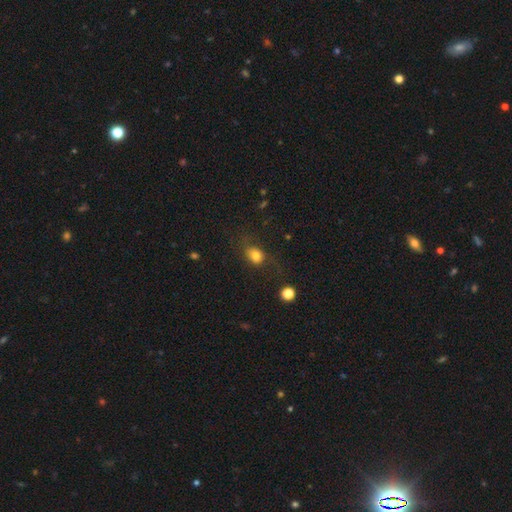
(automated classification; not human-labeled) Smooth or featured?
  - smooth: 77% *
  - star or artifact: 12%
  - featured or disk: 11%
How rounded?
  - in between: 57% *
  - round: 42%
  - cigar-shaped: 2%
Merging?
  - none: 62% *
  - minor disturbance: 22%
  - major disturbance: 14%
  - merger: 2%